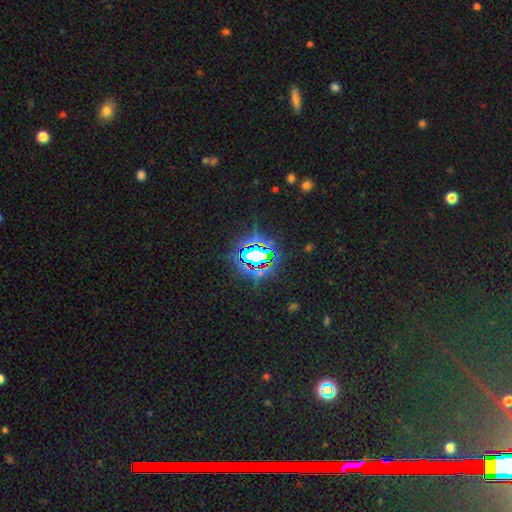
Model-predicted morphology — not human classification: Smooth or featured? Predicted: star or artifact (p=0.77).